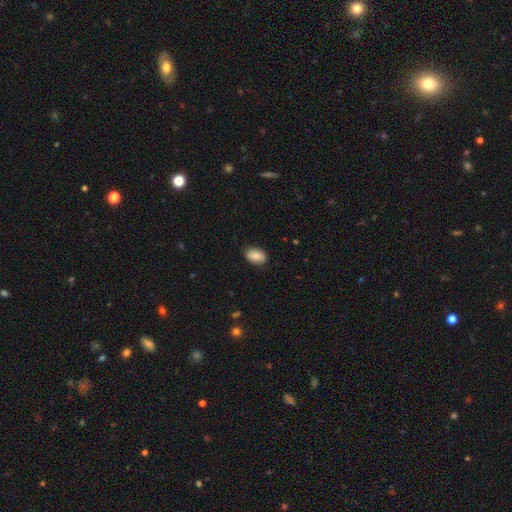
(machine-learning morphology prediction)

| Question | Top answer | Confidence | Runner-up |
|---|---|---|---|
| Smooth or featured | smooth | 80% | featured or disk (13%) |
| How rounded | in between | 88% | round (10%) |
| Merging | none | 86% | minor disturbance (11%) |